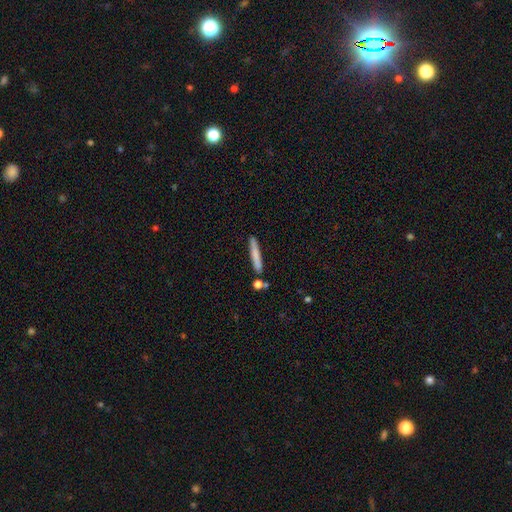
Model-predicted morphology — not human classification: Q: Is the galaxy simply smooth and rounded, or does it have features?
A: smooth — 74%.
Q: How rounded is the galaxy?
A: cigar-shaped — 95%.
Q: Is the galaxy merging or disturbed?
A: none — 82%.